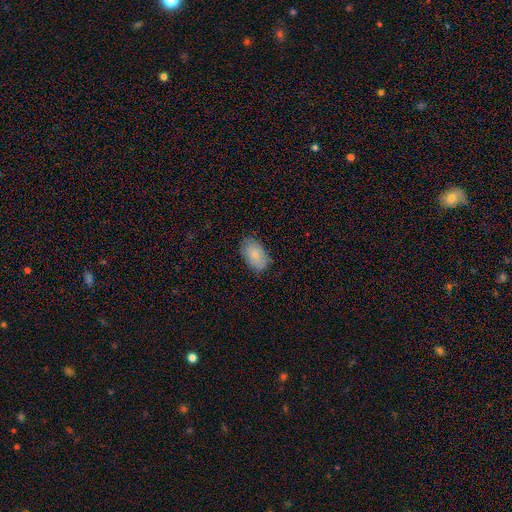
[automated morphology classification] Smooth or featured? smooth (84%)
How rounded? in between (93%)
Merging? none (79%)